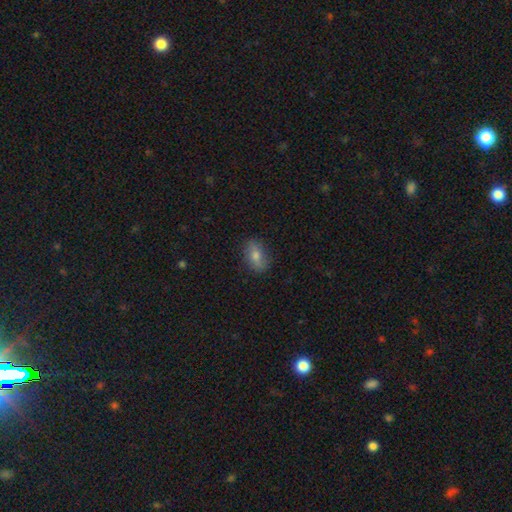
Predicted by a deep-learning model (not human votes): smooth-or-featured: smooth: 68% | featured or disk: 23% | star or artifact: 9%
  how-rounded: in between: 82% | round: 14% | cigar-shaped: 4%
  merging: none: 81% | minor disturbance: 14% | major disturbance: 3% | merger: 1%